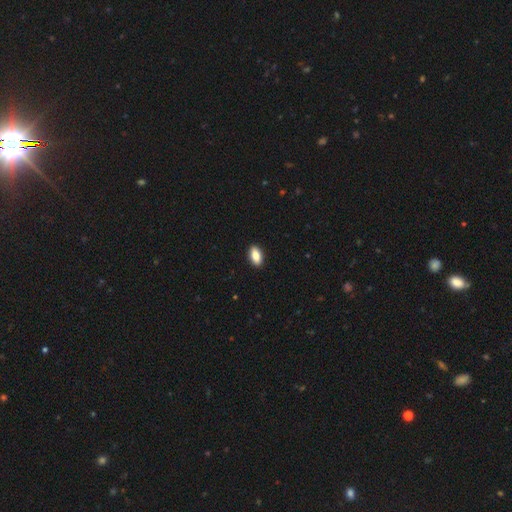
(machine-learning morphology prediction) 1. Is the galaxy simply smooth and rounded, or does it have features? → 85% smooth, 8% featured or disk, 7% star or artifact.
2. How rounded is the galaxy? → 89% in between, 7% cigar-shaped, 4% round.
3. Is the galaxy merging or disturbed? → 91% none, 7% minor disturbance, 2% major disturbance, 1% merger.